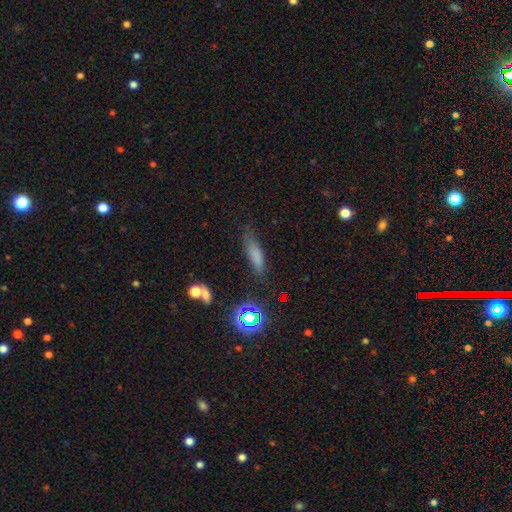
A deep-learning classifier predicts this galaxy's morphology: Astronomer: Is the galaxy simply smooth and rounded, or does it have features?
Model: smooth — 73%.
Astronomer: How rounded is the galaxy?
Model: cigar-shaped — 62%.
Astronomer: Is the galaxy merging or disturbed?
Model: none — 71%.